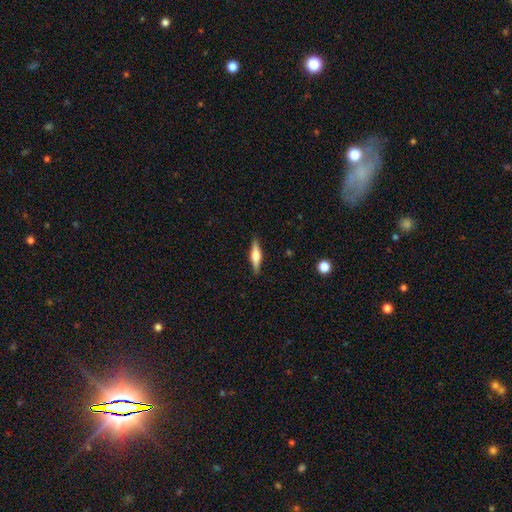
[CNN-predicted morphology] This appears to be a featured or disk galaxy (51%) viewed edge-on (96%). Merging: none (89%).